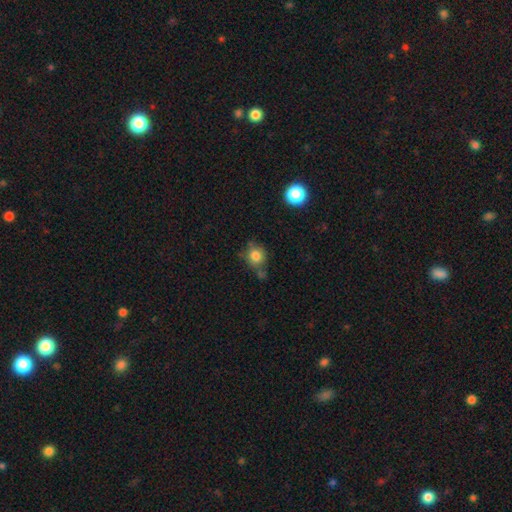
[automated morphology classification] Smooth or featured? Predicted: smooth (p=0.80). How rounded? Predicted: round (p=0.81). Merging? Predicted: none (p=0.62).